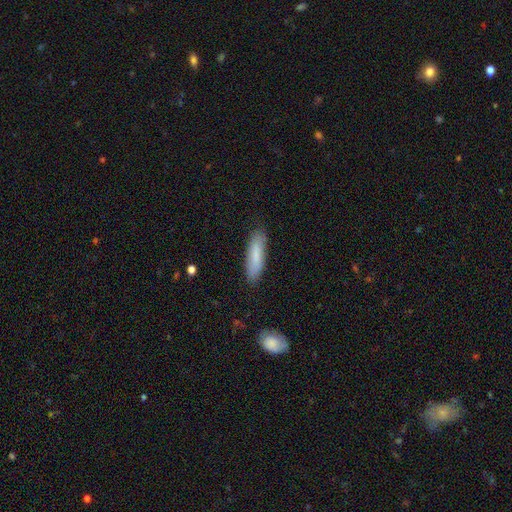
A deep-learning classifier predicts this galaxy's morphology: smooth_or_featured: smooth (p=0.82) [alt: featured or disk p=0.12]
how_rounded: cigar-shaped (p=0.65) [alt: in between p=0.33]
merging: none (p=0.85) [alt: minor disturbance p=0.12]